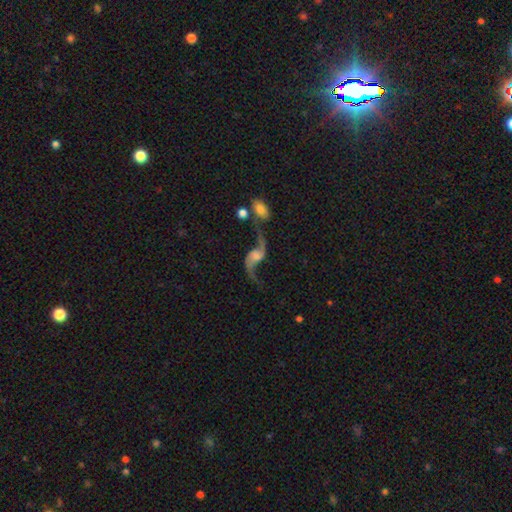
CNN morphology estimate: Smooth or featured?
  - featured or disk: 88% *
  - smooth: 6%
  - star or artifact: 6%
Edge-on disk?
  - no: 96% *
  - yes: 4%
Bar?
  - no: 51% *
  - weak: 37%
  - strong: 12%
Spiral arms?
  - yes: 96% *
  - no: 4%
Spiral winding?
  - loose: 93% *
  - medium: 5%
  - tight: 2%
Spiral arm count?
  - 2: 94% *
  - 1: 2%
  - can't tell: 1%
  - 3: 1%
  - 4: 1%
  - more than 4: 1%
Bulge size?
  - none: 36% *
  - small: 26%
  - moderate: 22%
  - large: 12%
  - dominant: 3%
Merging?
  - none: 59% *
  - minor disturbance: 15%
  - major disturbance: 13%
  - merger: 13%